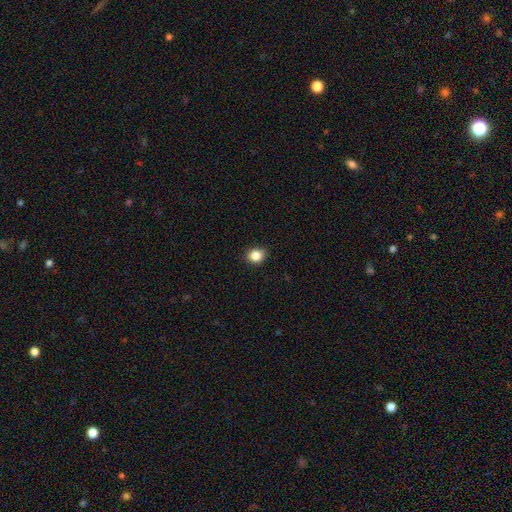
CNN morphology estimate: Smooth or featured: smooth — 86% (star or artifact — 10%)
How rounded: round — 63% (in between — 36%)
Merging: none — 89% (minor disturbance — 8%)